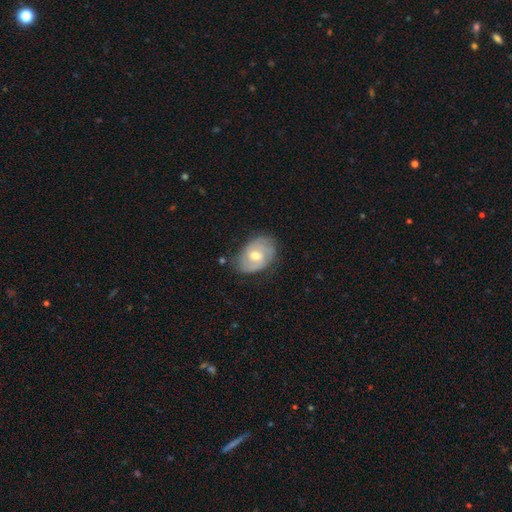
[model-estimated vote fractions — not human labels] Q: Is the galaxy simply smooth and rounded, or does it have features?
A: featured or disk — 64%.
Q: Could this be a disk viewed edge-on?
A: no — 96%.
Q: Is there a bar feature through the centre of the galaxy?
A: no — 47%.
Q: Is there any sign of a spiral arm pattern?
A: yes — 82%.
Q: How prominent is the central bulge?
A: moderate — 65%.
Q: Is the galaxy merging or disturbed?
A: none — 68%.